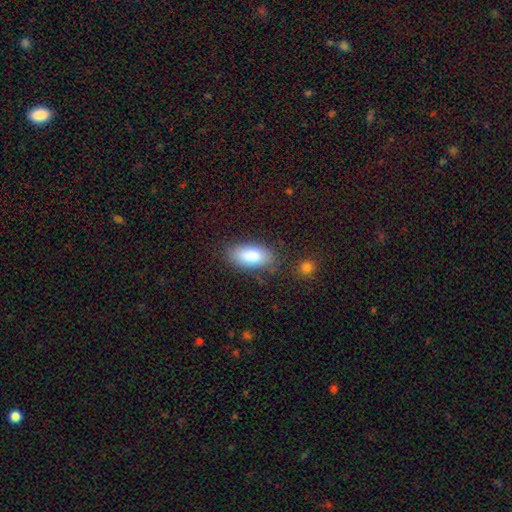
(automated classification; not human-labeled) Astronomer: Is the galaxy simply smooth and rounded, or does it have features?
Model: smooth — 85%.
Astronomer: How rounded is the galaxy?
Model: in between — 91%.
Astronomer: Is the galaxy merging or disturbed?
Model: none — 78%.